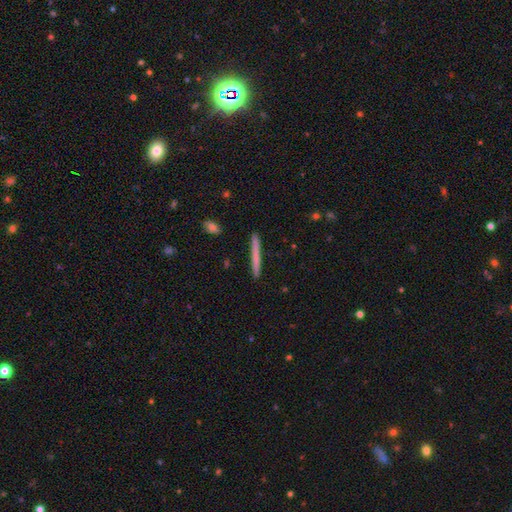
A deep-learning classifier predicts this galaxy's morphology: A smooth galaxy with no disk features (63%) that is cigar-shaped (97%). Merging: none (92%).